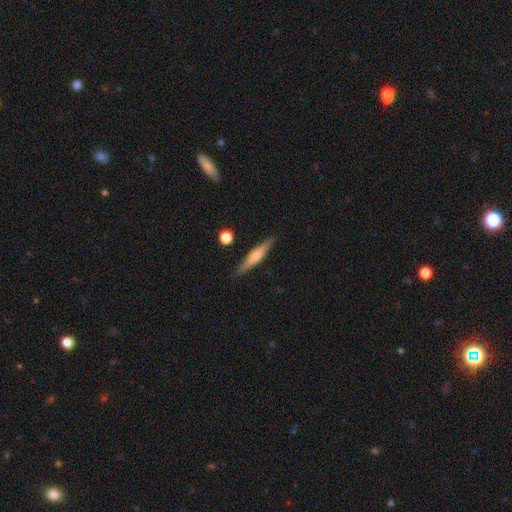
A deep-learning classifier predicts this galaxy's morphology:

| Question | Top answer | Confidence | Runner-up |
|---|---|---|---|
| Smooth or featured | featured or disk | 57% | smooth (37%) |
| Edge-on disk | yes | 96% | no (4%) |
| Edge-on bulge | rounded | 79% | none (12%) |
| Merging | none | 88% | minor disturbance (8%) |